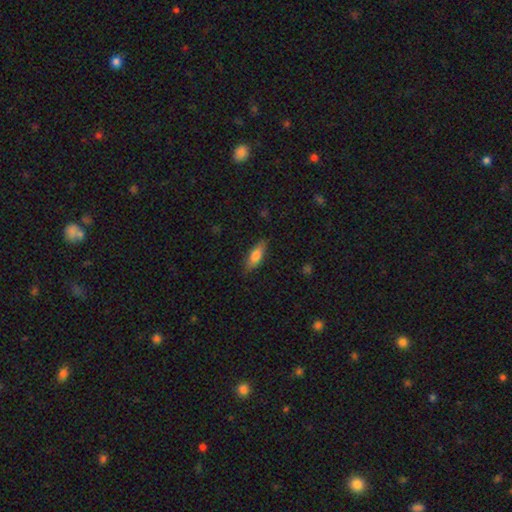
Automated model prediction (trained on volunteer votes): Overall: smooth (75%). How rounded: in between (64%; cigar-shaped 33%). Merging: none (83%).